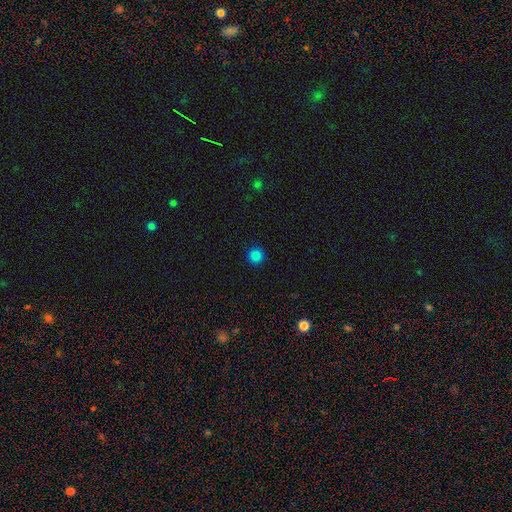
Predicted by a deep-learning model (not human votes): Morphology: type=smooth (84%); roundness=round (95%); merging=none (92%).